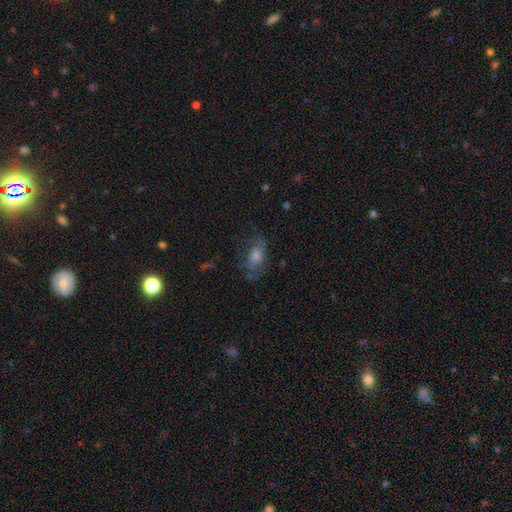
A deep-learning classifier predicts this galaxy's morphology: type=featured or disk (45%); merging=none (62%).